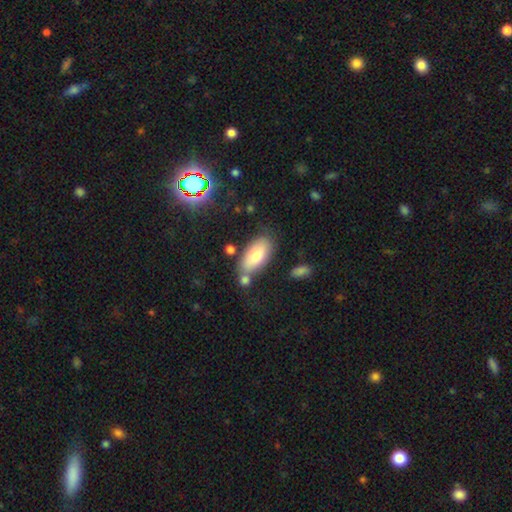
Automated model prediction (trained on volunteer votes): Overall: smooth (79%). How rounded: in between (90%). Merging: none (66%).